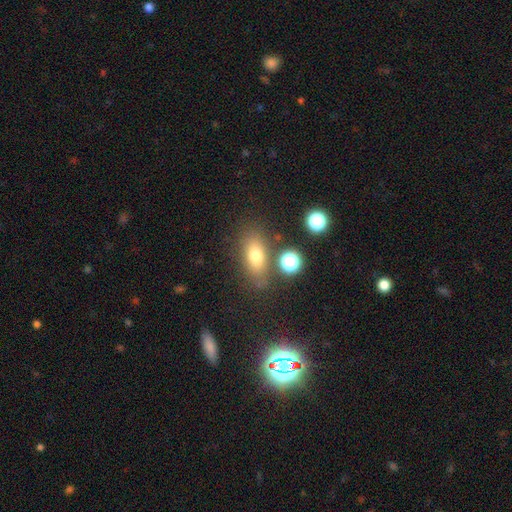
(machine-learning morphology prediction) A smooth galaxy with no disk features (72%) that is in between round and cigar-shaped (74%).

Vote fractions:
- Smooth or featured? smooth: 72% / featured or disk: 15% / star or artifact: 13%
- How rounded? in between: 74% / cigar-shaped: 13% / round: 12%
- Merging? none: 75% / minor disturbance: 13% / merger: 6% / major disturbance: 5%